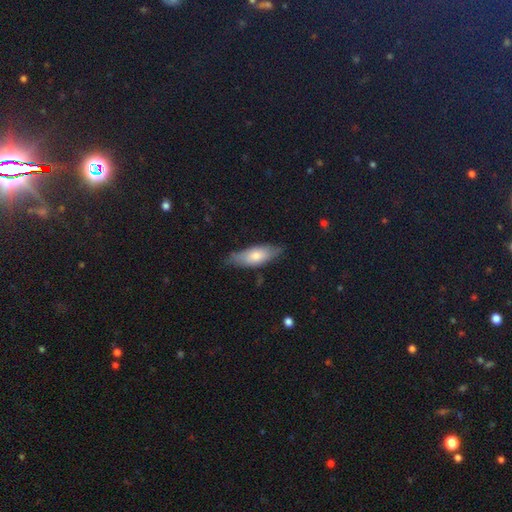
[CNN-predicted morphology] A smooth galaxy with no disk features (66%) that is in between round and cigar-shaped (68%). Merging: none (70%).